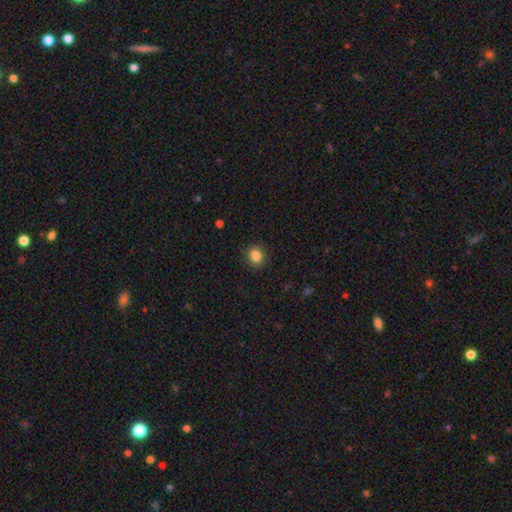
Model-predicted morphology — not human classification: smooth 86%, star or artifact 10%, featured or disk 4%. Down the decision tree: how rounded — round (74%); merging — none (88%).